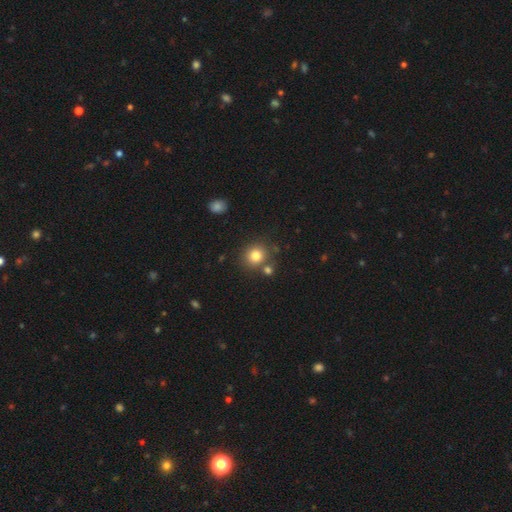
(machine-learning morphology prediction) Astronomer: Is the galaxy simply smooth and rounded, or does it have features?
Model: smooth — 80%.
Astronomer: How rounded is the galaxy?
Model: round — 86%.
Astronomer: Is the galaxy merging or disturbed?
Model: none — 74%.